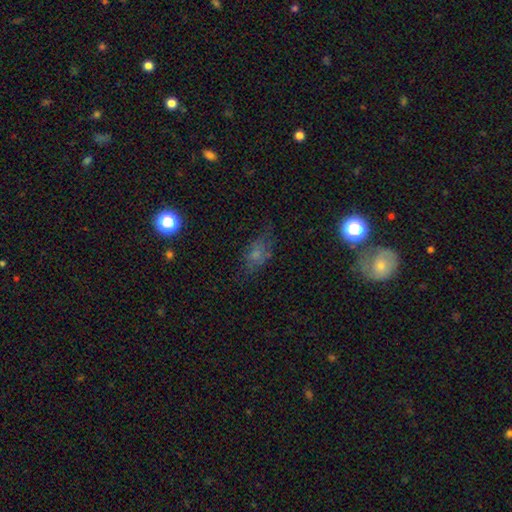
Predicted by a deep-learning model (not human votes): This appears to be a smooth galaxy with no disk features (48%). Merging: none (63%).